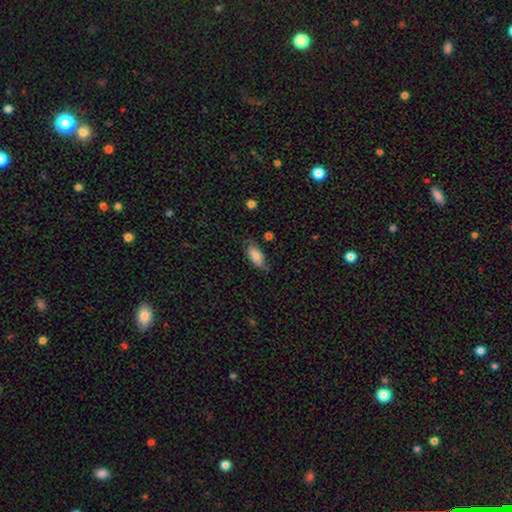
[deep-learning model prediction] Morphology: type=smooth (77%); roundness=in between (86%); merging=none (63%).